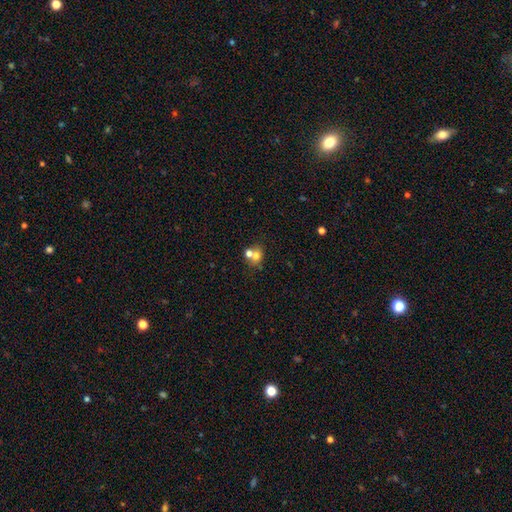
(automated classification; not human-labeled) The model was most divided on "merging": merger: 50%, none: 38%, minor disturbance: 8%, major disturbance: 4%. More confident: smooth or featured — smooth (66%); how rounded — round (65%).